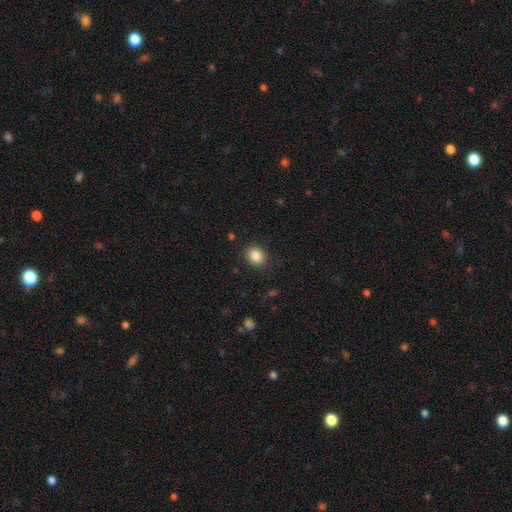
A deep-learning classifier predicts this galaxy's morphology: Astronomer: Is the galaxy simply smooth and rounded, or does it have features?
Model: smooth — 86%.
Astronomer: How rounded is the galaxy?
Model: round — 62% (runner-up: in between, 37%).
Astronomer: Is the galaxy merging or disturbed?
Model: none — 88%.